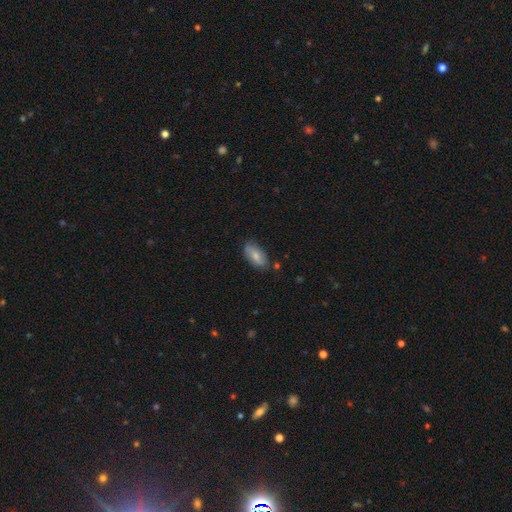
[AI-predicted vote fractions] smooth 63%, featured or disk 30%, star or artifact 7%. Down the decision tree: how rounded — in between (91%); merging — none (78%).